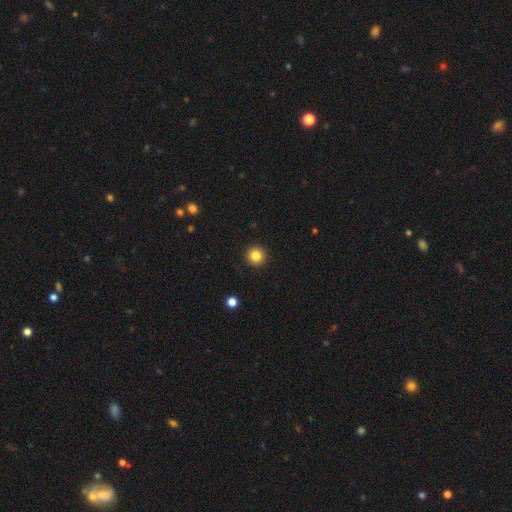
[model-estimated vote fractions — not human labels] Smooth or featured: smooth — 85% (star or artifact — 11%)
How rounded: round — 95% (in between — 4%)
Merging: none — 93% (minor disturbance — 5%)